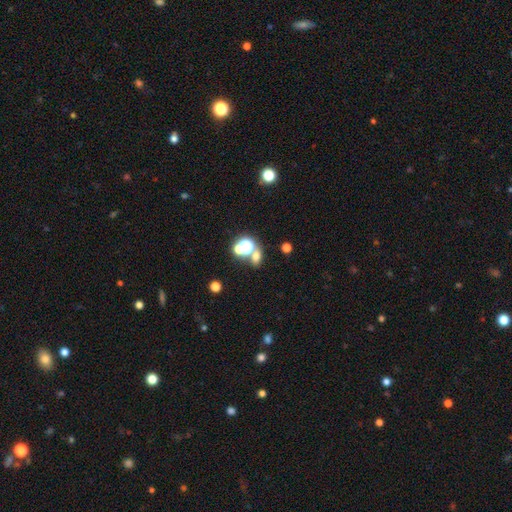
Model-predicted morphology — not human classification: The model was most divided on "how rounded": in between: 50%, round: 47%, cigar-shaped: 3%. More confident: merging — none (54%); smooth or featured — smooth (52%).